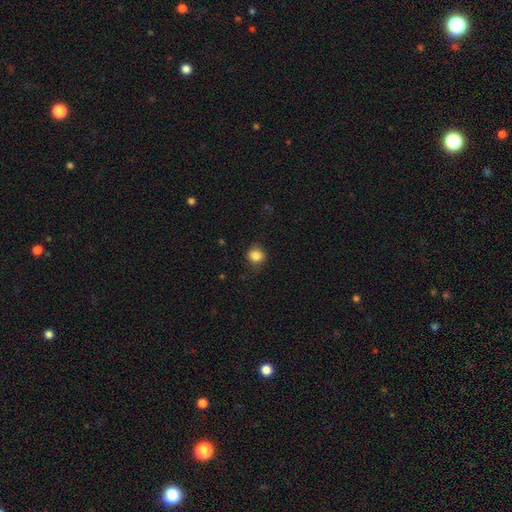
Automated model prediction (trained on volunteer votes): Morphology: type=smooth (86%); roundness=round (70%); merging=none (76%).